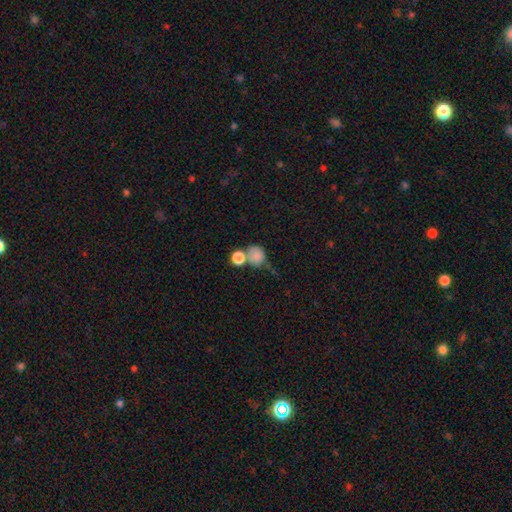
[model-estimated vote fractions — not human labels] Smooth or featured? smooth (81%)
How rounded? round (76%)
Merging? merger (41%)